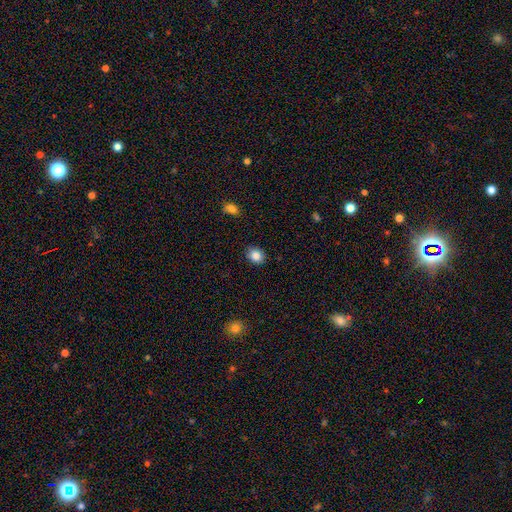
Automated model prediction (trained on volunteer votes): Q: Smooth or featured?
A: smooth (86%); runner-up: star or artifact (9%)
Q: How rounded?
A: round (58%); runner-up: in between (41%)
Q: Merging?
A: none (87%); runner-up: minor disturbance (9%)